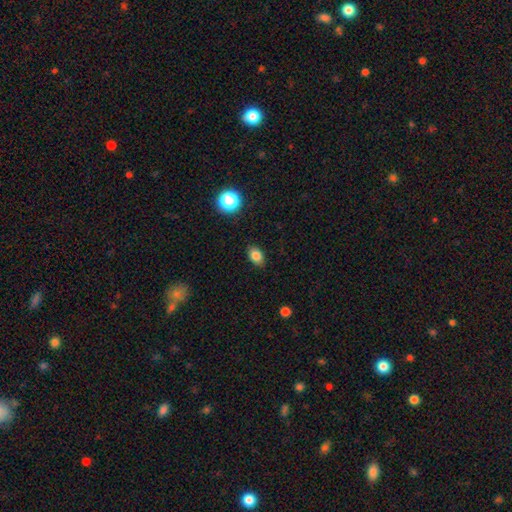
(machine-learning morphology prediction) This is clearly a smooth galaxy (83%). How rounded: clearly in between (80%). Merging: clearly none (87%).